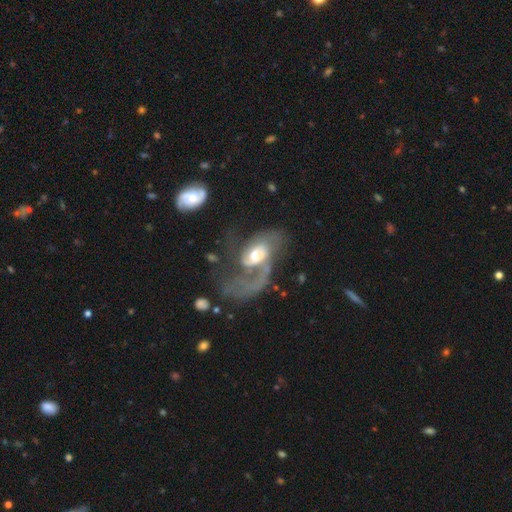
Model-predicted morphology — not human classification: Overall: featured or disk (80%). Edge-on disk: no (97%). Bar: no (47%; weak 40%). Spiral arms: yes (90%). Spiral arm count: 1 (53%; 2 34%). Spiral winding: loose (43%; medium 40%). Bulge size: moderate (61%). Merging: major disturbance (55%; none 23%).